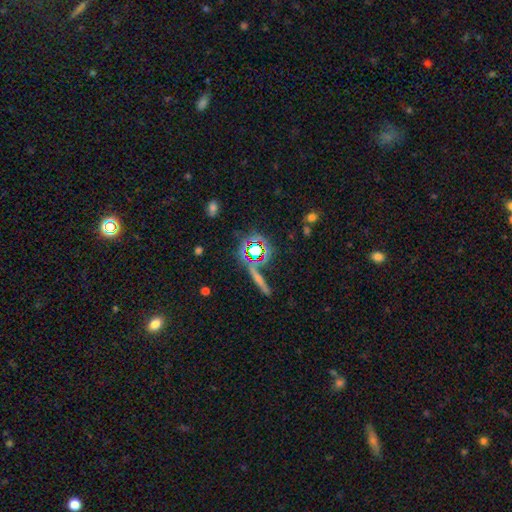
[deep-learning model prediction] The model was most divided on "smooth or featured": star or artifact: 62%, smooth: 20%, featured or disk: 18%.